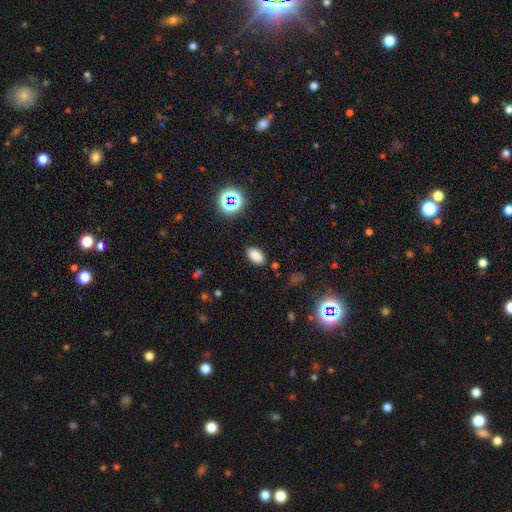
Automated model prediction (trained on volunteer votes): Overall: smooth (82%). How rounded: in between (91%). Merging: none (87%).